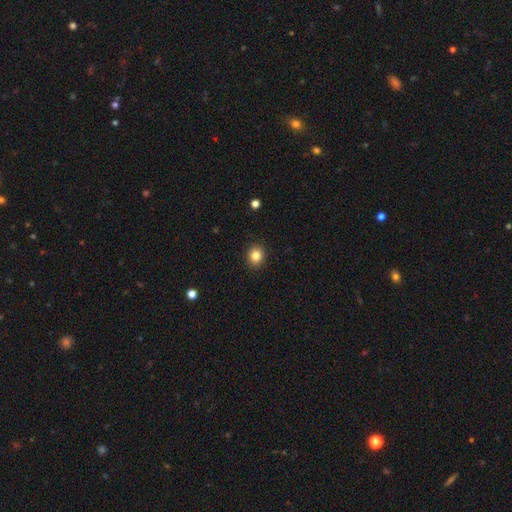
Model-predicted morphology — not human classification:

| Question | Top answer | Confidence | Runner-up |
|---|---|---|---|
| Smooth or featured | smooth | 84% | star or artifact (11%) |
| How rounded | round | 71% | in between (29%) |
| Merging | none | 91% | minor disturbance (6%) |